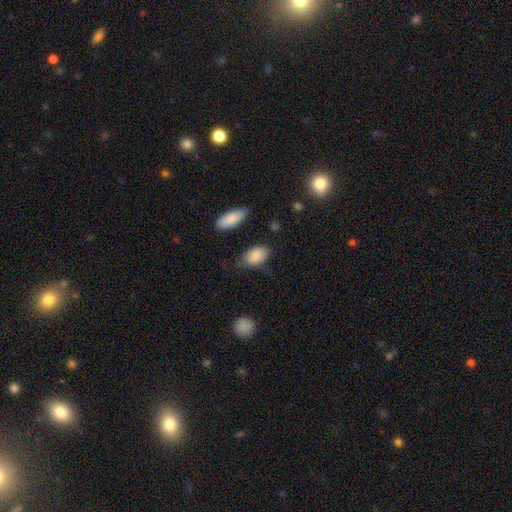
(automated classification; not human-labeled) The model was most divided on "merging": none: 60%, minor disturbance: 29%, major disturbance: 8%, merger: 3%. More confident: how rounded — in between (91%); smooth or featured — smooth (87%).